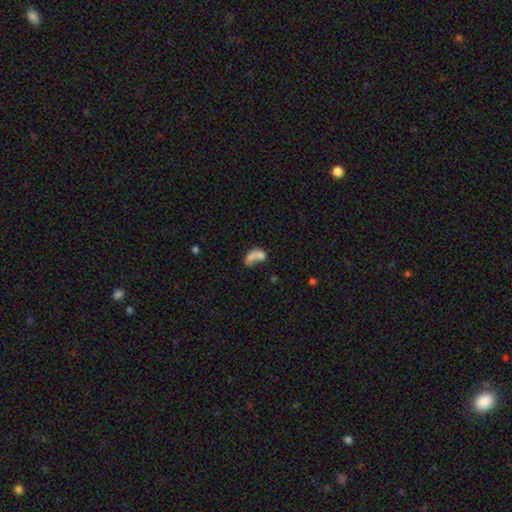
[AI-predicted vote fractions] A smooth galaxy with no disk features (64%) that is in between round and cigar-shaped (78%).

Vote fractions:
- Smooth or featured? smooth: 64% / featured or disk: 25% / star or artifact: 12%
- How rounded? in between: 78% / round: 15% / cigar-shaped: 7%
- Merging? merger: 49% / none: 21% / major disturbance: 20% / minor disturbance: 10%